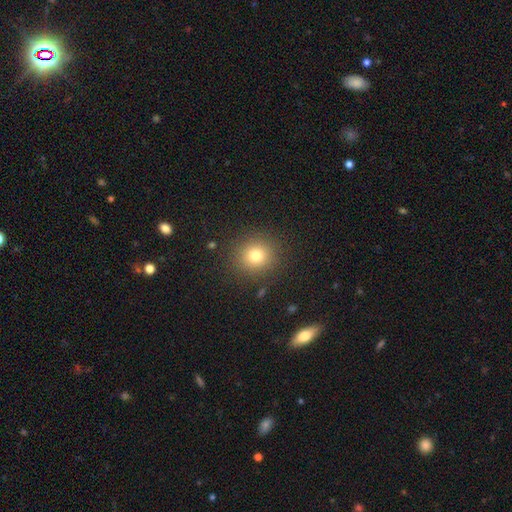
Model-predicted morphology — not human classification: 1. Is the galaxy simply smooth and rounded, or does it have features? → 78% smooth, 14% star or artifact, 8% featured or disk.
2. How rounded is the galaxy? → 89% round, 10% in between, 1% cigar-shaped.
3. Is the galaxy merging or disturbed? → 88% none, 7% minor disturbance, 3% major disturbance, 1% merger.